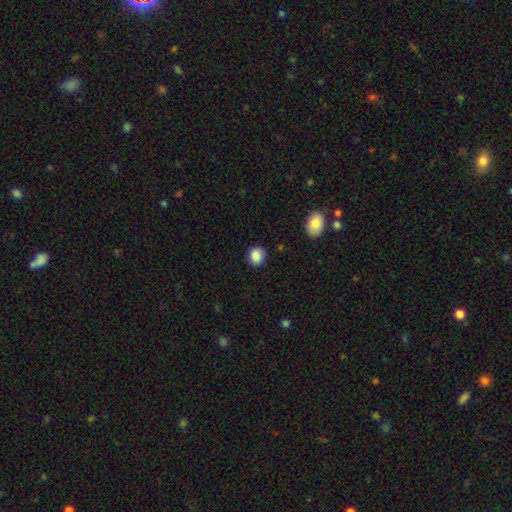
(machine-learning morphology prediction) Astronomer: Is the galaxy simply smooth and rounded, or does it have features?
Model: smooth — 87%.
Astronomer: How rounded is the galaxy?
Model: round — 76%.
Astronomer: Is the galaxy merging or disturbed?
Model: none — 85%.